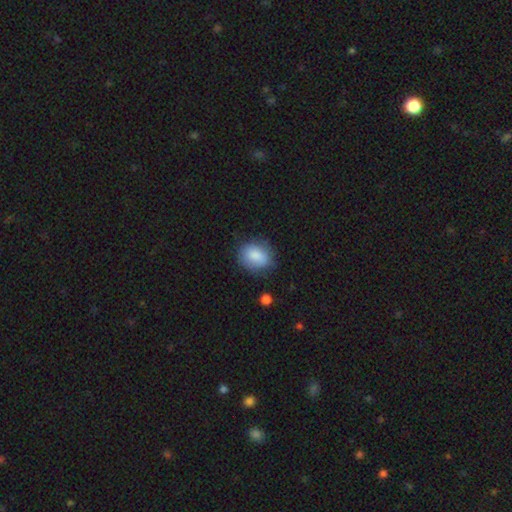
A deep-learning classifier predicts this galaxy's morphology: A smooth galaxy with no disk features (85%) that is in between round and cigar-shaped (51%).

Vote fractions:
- Smooth or featured? smooth: 85% / featured or disk: 8% / star or artifact: 7%
- How rounded? in between: 51% / round: 47% / cigar-shaped: 1%
- Merging? none: 72% / minor disturbance: 20% / major disturbance: 6% / merger: 2%